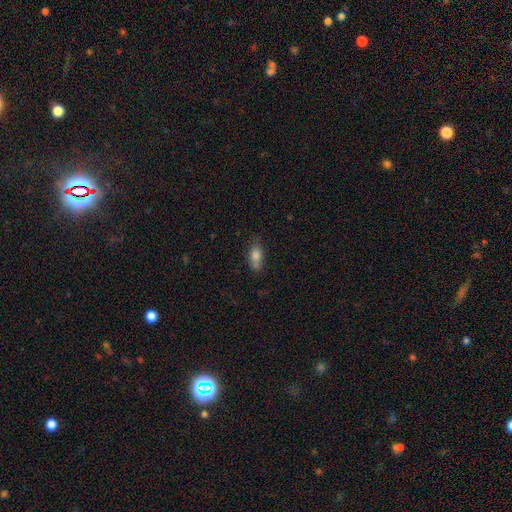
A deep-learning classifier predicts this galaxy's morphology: Smooth or featured?
  - smooth: 78% *
  - featured or disk: 13%
  - star or artifact: 9%
How rounded?
  - in between: 82% *
  - cigar-shaped: 13%
  - round: 5%
Merging?
  - none: 59% *
  - minor disturbance: 25%
  - merger: 10%
  - major disturbance: 6%